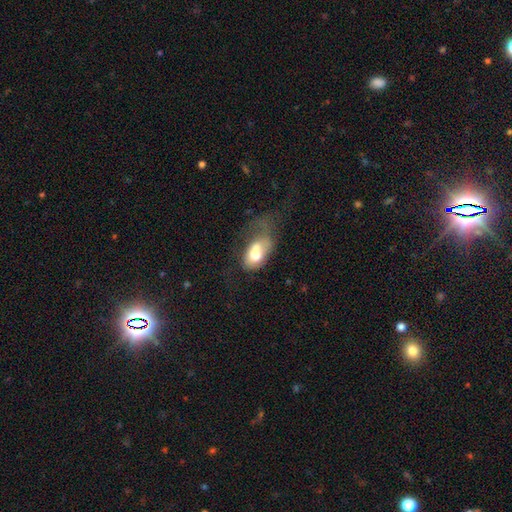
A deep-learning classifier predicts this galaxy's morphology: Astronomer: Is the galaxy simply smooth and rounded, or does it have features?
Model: smooth — 62%.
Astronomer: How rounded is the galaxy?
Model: in between — 84%.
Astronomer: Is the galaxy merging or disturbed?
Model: merger — 33%, tied with major disturbance at 33%.